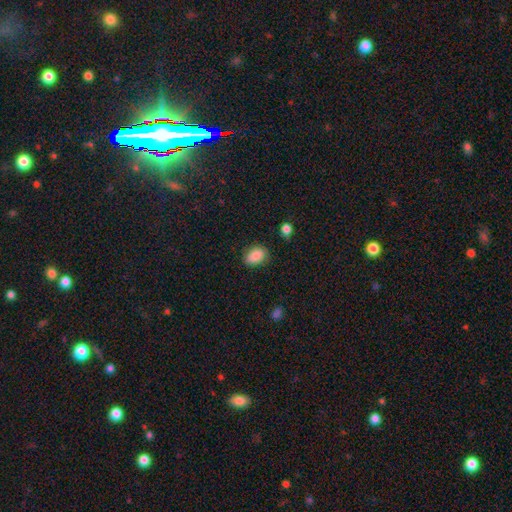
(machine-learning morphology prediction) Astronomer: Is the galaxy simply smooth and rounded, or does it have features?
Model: smooth — 88%.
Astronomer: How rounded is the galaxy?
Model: in between — 83%.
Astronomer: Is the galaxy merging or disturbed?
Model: none — 81%.